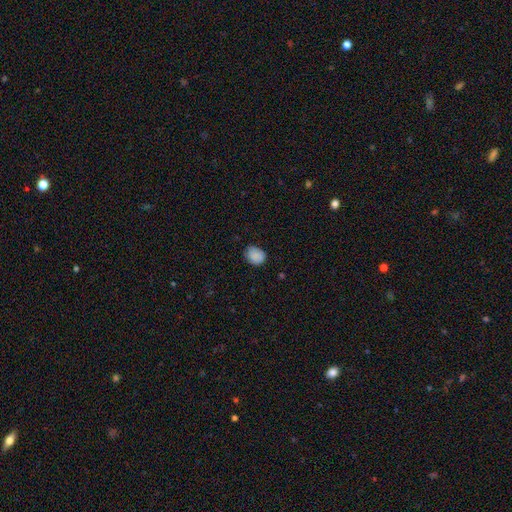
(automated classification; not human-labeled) Smooth or featured? Predicted: smooth (p=0.85). How rounded? Predicted: round (p=0.54). Merging? Predicted: none (p=0.69).